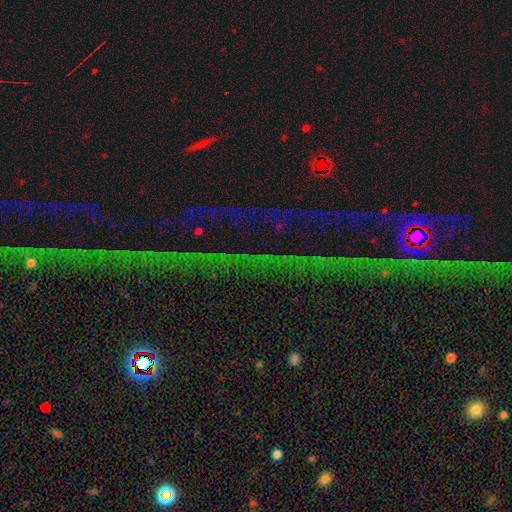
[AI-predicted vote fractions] star or artifact 76%, featured or disk 13%, smooth 11%.